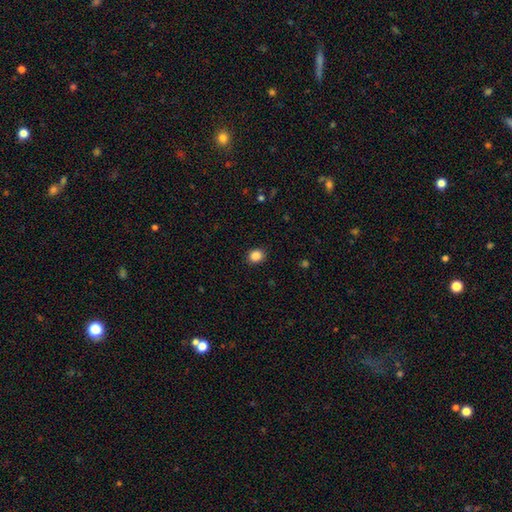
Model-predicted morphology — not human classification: Smooth or featured? Predicted: smooth (p=0.86). How rounded? Predicted: round (p=0.68). Merging? Predicted: none (p=0.90).